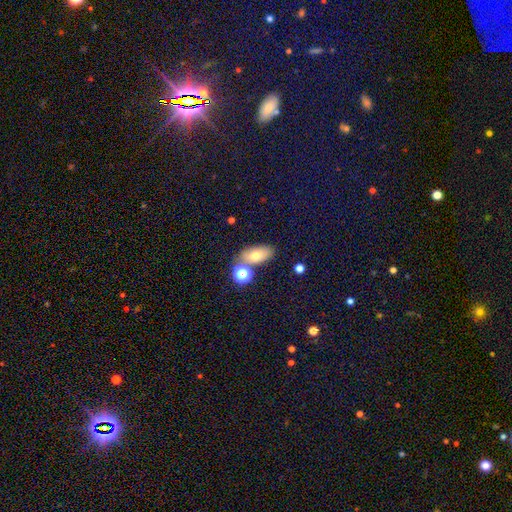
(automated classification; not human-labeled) This is likely a smooth galaxy (70%). How rounded: clearly in between (85%). Merging: likely none (68%).